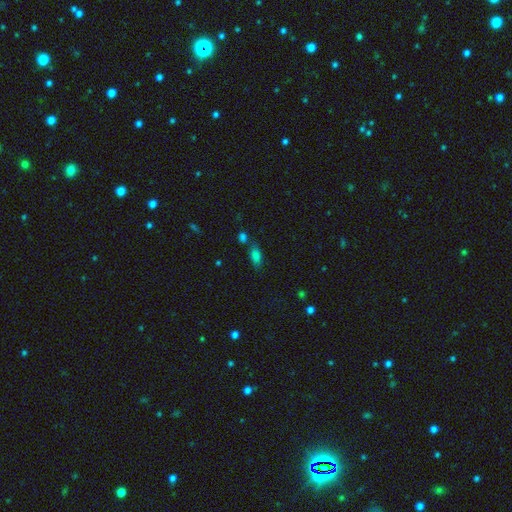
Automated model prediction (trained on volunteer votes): Smooth or featured? Predicted: smooth (p=0.75). How rounded? Predicted: in between (p=0.81). Merging? Predicted: none (p=0.63).